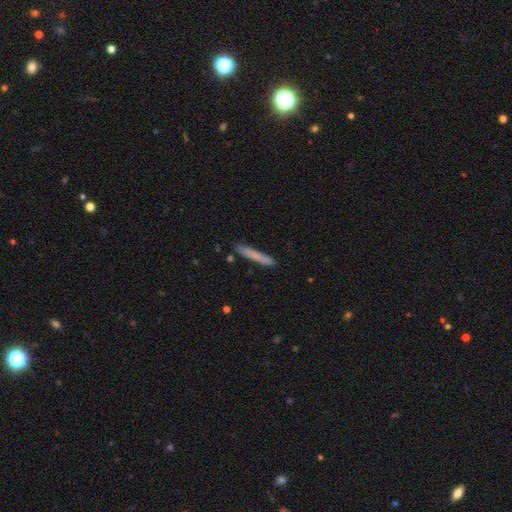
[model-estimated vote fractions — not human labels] A smooth galaxy with no disk features (73%) that is cigar-shaped (96%). Merging: none (86%).